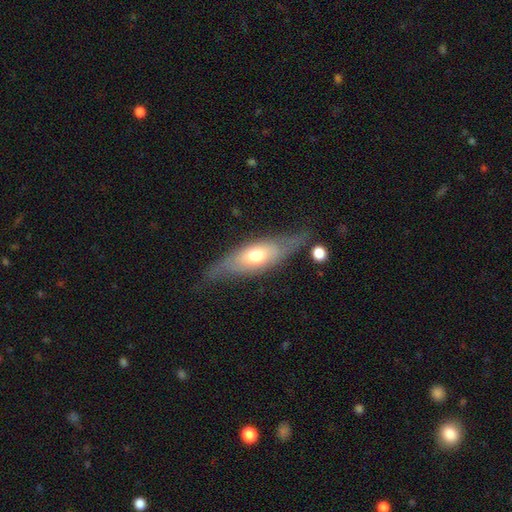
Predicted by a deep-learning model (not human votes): Smooth or featured?
  - featured or disk: 51% *
  - smooth: 43%
  - star or artifact: 6%
Edge-on disk?
  - yes: 58% *
  - no: 42%
Merging?
  - none: 66% *
  - minor disturbance: 22%
  - major disturbance: 9%
  - merger: 3%